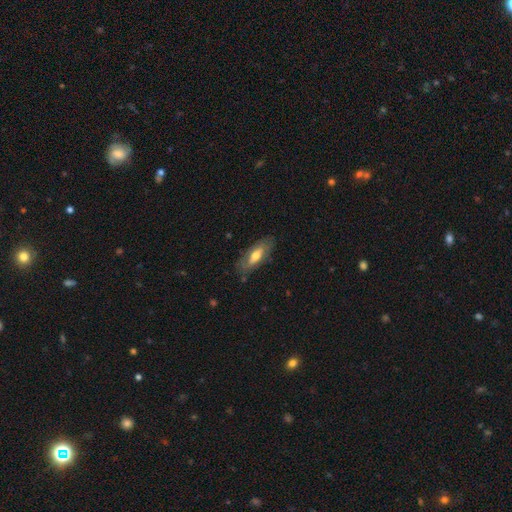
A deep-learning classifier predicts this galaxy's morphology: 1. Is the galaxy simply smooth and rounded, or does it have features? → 50% smooth, 44% featured or disk, 6% star or artifact.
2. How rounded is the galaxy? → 73% in between, 25% cigar-shaped, 2% round.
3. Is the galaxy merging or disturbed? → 77% none, 17% minor disturbance, 5% major disturbance, 1% merger.